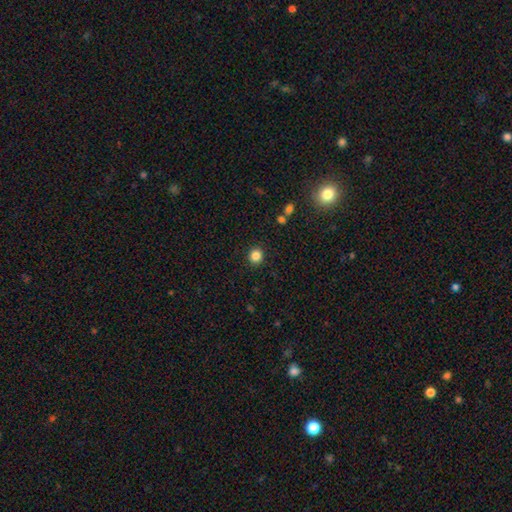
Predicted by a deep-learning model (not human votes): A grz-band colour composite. It shows a smooth galaxy with no disk features (85%) that is round (85%). Merging: none (91%).